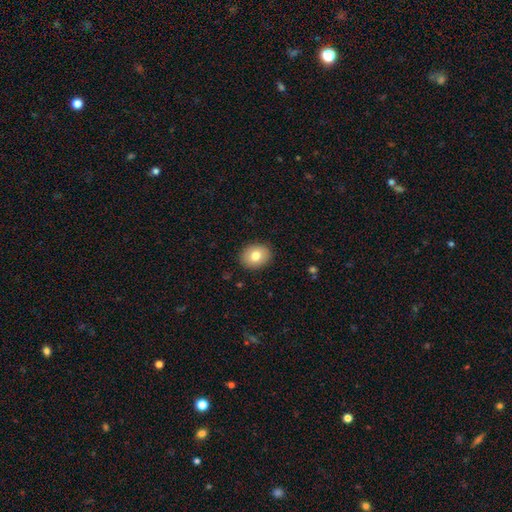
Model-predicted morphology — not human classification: Smooth or featured? smooth (80%)
How rounded? in between (50%)
Merging? none (90%)